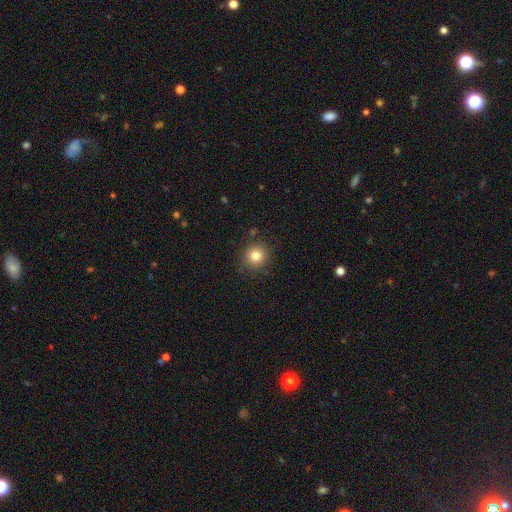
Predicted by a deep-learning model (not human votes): Smooth or featured: smooth — 81% (star or artifact — 12%)
How rounded: round — 91% (in between — 8%)
Merging: none — 87% (minor disturbance — 9%)